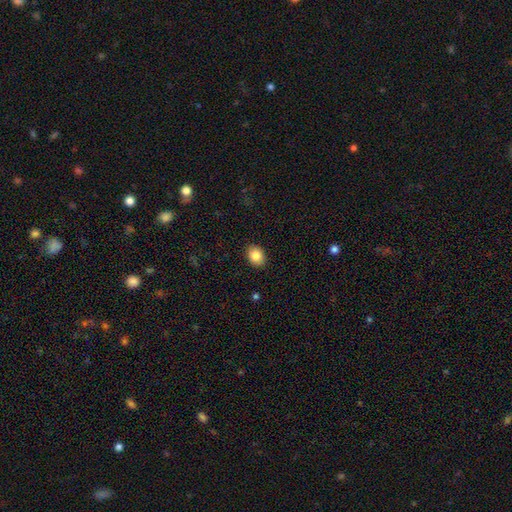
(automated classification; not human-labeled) smooth-or-featured: smooth: 86% | star or artifact: 8% | featured or disk: 6%
  how-rounded: in between: 66% | round: 33% | cigar-shaped: 1%
  merging: none: 90% | minor disturbance: 8% | major disturbance: 2% | merger: 1%